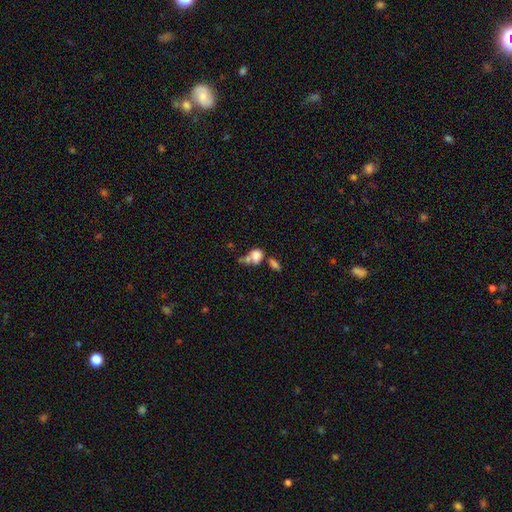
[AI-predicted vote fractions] Smooth or featured? Predicted: smooth (p=0.75). How rounded? Predicted: in between (p=0.55). Merging? Predicted: merger (p=0.45).